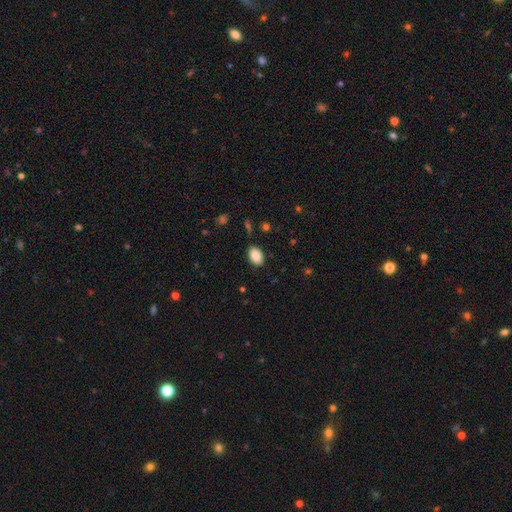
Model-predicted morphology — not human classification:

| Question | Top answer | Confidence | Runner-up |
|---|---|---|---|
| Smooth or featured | smooth | 87% | star or artifact (8%) |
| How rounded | in between | 88% | round (10%) |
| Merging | none | 84% | minor disturbance (12%) |